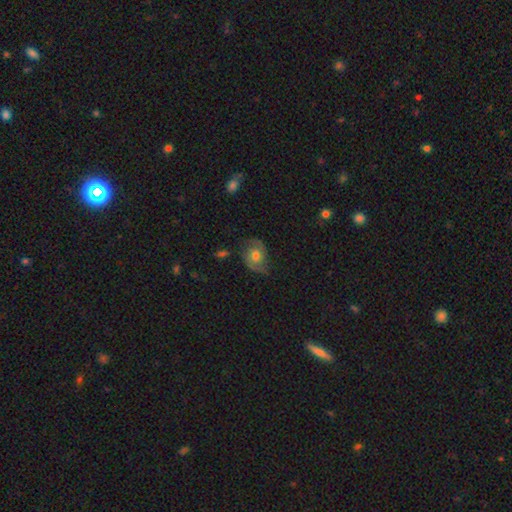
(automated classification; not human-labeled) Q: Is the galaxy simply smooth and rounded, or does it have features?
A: featured or disk — 76%.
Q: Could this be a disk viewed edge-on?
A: no — 97%.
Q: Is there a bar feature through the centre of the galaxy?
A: no — 68%.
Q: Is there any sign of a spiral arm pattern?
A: yes — 93%.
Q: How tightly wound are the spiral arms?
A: medium — 50%.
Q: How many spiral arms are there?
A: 2 — 89%.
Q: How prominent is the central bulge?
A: moderate — 69%.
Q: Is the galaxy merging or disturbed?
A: none — 72%.